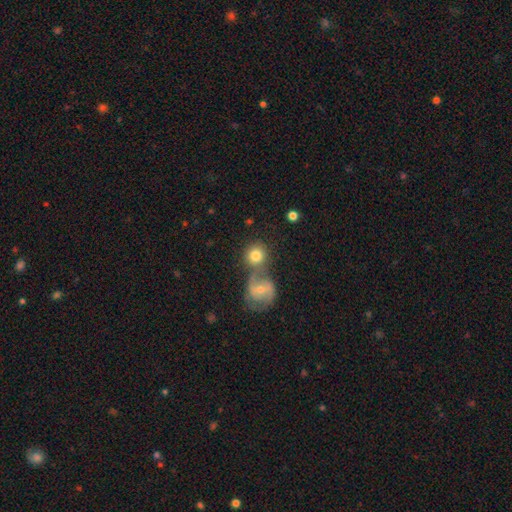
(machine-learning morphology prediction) A smooth galaxy with no disk features (74%) that is round (87%). Merging: none (48%).